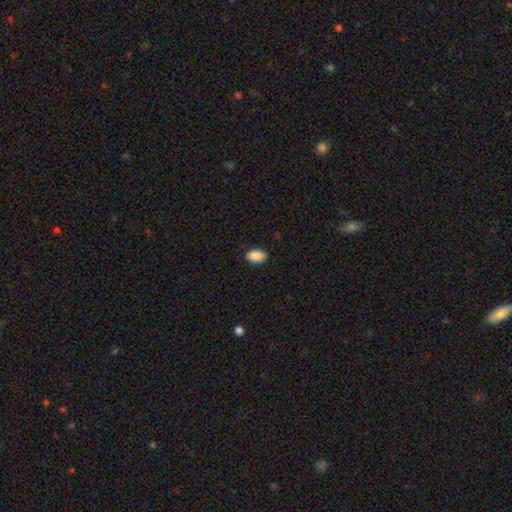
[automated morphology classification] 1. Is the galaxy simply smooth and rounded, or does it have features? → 90% smooth, 7% star or artifact, 3% featured or disk.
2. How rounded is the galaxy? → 91% in between, 8% round, 1% cigar-shaped.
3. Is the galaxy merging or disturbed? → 87% none, 10% minor disturbance, 2% major disturbance, 1% merger.